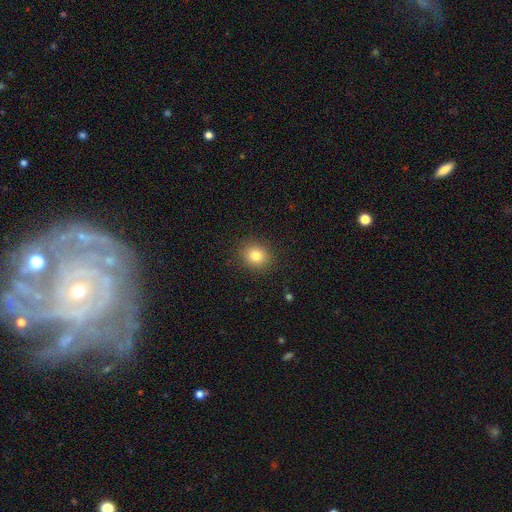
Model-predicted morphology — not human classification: The model was most divided on "how rounded": round: 78%, in between: 21%, cigar-shaped: 1%. More confident: merging — none (89%); smooth or featured — smooth (81%).